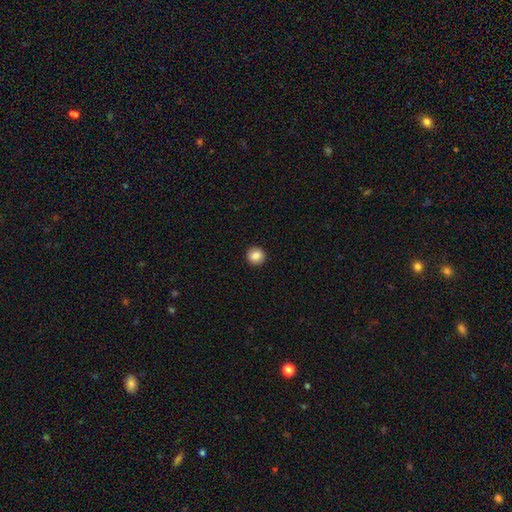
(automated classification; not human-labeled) smooth-or-featured: smooth: 87% | star or artifact: 9% | featured or disk: 4%
  how-rounded: round: 94% | in between: 6% | cigar-shaped: 1%
  merging: none: 93% | minor disturbance: 5% | major disturbance: 2% | merger: 1%